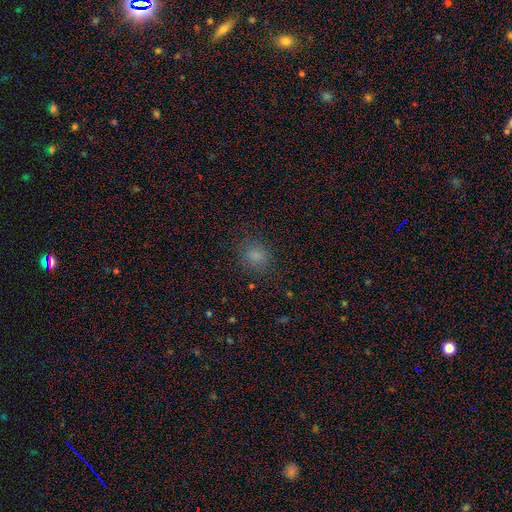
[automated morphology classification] Q: Smooth or featured?
A: smooth (79%); runner-up: star or artifact (15%)
Q: How rounded?
A: round (74%); runner-up: in between (25%)
Q: Merging?
A: none (82%); runner-up: minor disturbance (12%)